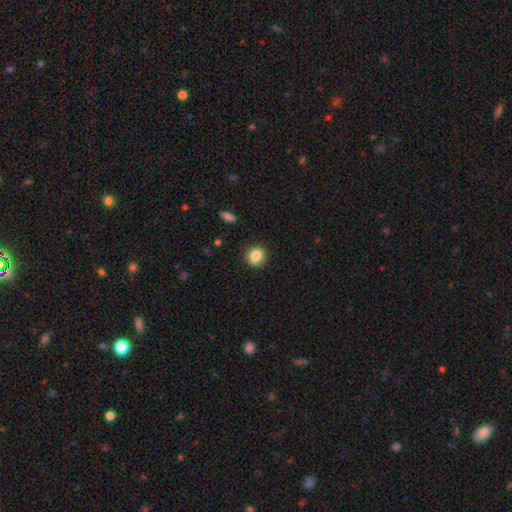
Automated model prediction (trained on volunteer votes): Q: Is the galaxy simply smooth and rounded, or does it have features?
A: smooth — 85%.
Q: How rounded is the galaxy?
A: round — 84%.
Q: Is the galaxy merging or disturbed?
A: none — 90%.